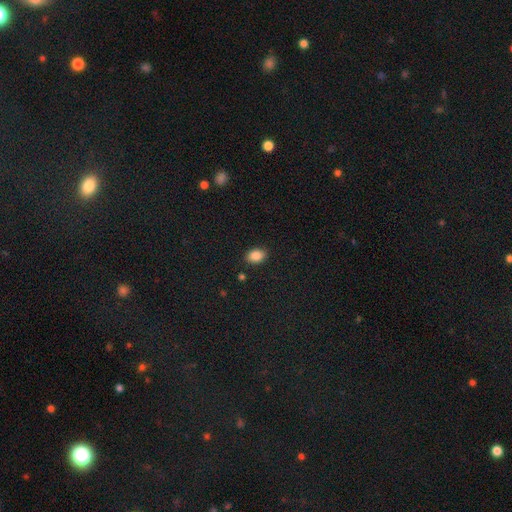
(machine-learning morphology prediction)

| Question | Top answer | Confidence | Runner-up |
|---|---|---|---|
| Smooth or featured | smooth | 87% | star or artifact (9%) |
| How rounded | in between | 79% | round (20%) |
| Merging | none | 87% | minor disturbance (9%) |